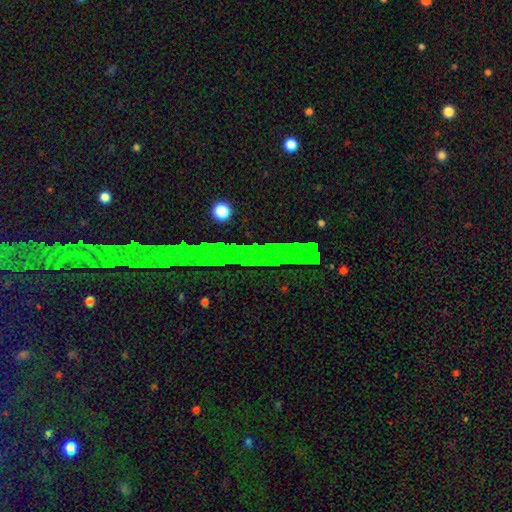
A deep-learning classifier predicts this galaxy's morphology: Smooth or featured? Predicted: star or artifact (p=0.85).